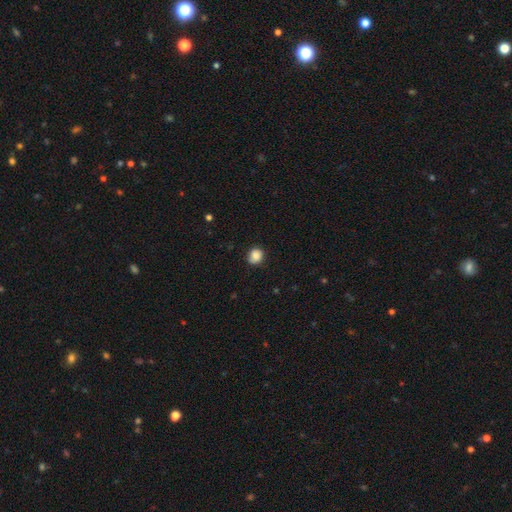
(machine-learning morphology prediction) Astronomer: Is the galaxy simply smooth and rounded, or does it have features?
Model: smooth — 87%.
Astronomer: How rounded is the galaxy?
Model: round — 78%.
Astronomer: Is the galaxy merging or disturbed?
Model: none — 80%.